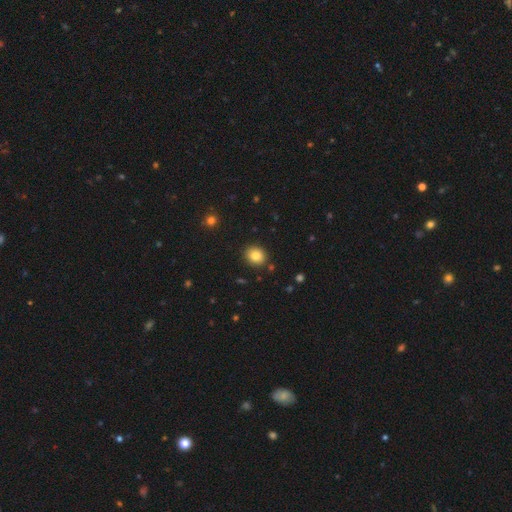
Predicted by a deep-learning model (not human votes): This appears to be a smooth galaxy with no disk features (82%) that is round (69%). Merging: none (89%).